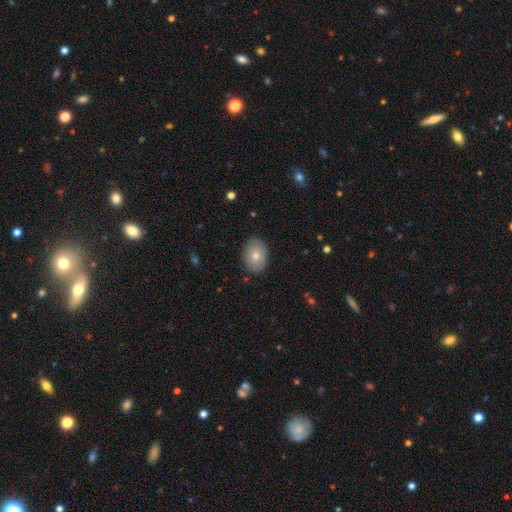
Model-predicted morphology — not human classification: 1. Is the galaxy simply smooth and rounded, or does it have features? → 73% smooth, 18% featured or disk, 9% star or artifact.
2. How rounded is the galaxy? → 75% in between, 24% round, 1% cigar-shaped.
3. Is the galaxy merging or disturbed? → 87% none, 10% minor disturbance, 2% major disturbance, 1% merger.